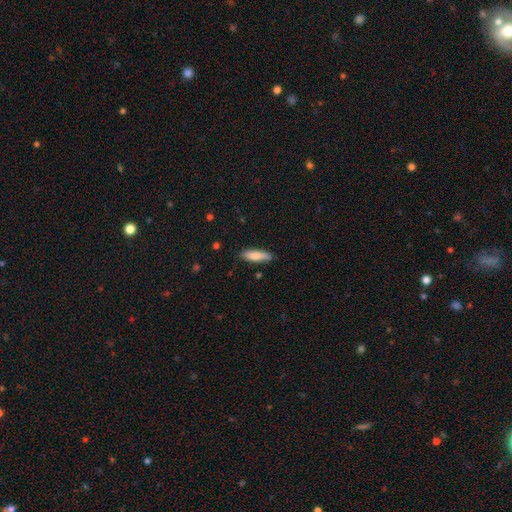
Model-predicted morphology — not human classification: A smooth galaxy with no disk features (77%) that is cigar-shaped (62%).

Vote fractions:
- Smooth or featured? smooth: 77% / featured or disk: 17% / star or artifact: 6%
- How rounded? cigar-shaped: 62% / in between: 36% / round: 2%
- Merging? none: 85% / minor disturbance: 12% / major disturbance: 2% / merger: 1%